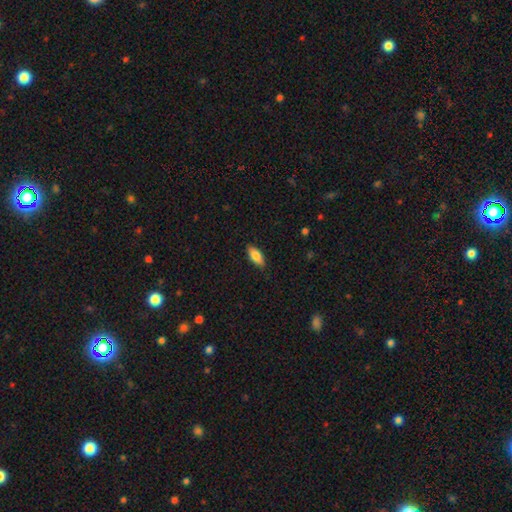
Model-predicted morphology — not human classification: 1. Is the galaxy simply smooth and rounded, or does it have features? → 82% smooth, 12% featured or disk, 6% star or artifact.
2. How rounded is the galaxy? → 83% in between, 15% cigar-shaped, 2% round.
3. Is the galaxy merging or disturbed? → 87% none, 10% minor disturbance, 2% major disturbance, 1% merger.